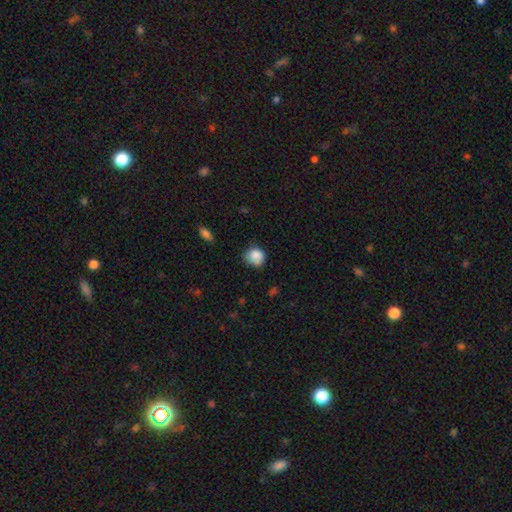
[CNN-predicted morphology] A smooth galaxy with no disk features (86%) that is round (84%).

Vote fractions:
- Smooth or featured? smooth: 86% / star or artifact: 9% / featured or disk: 5%
- How rounded? round: 84% / in between: 15% / cigar-shaped: 1%
- Merging? none: 64% / minor disturbance: 29% / major disturbance: 5% / merger: 2%